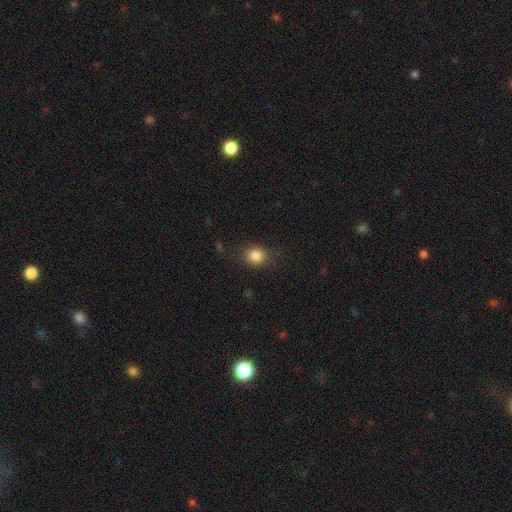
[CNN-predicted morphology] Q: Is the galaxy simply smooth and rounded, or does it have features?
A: smooth — 84%.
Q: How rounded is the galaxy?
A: round — 72%.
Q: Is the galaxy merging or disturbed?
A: none — 83%.